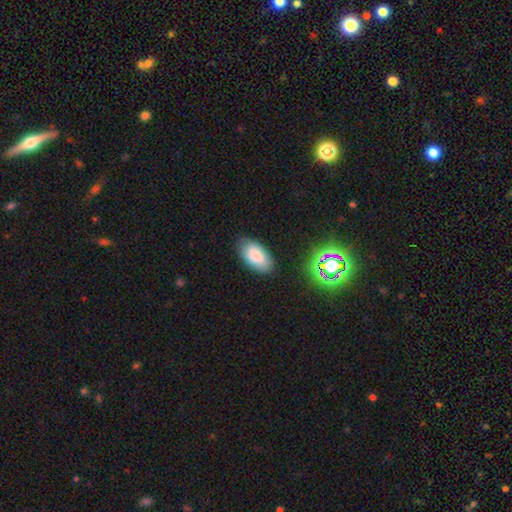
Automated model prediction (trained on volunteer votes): A smooth galaxy with no disk features (79%) that is in between round and cigar-shaped (95%).

Vote fractions:
- Smooth or featured? smooth: 79% / featured or disk: 12% / star or artifact: 8%
- How rounded? in between: 95% / round: 3% / cigar-shaped: 2%
- Merging? none: 80% / minor disturbance: 15% / major disturbance: 3% / merger: 2%